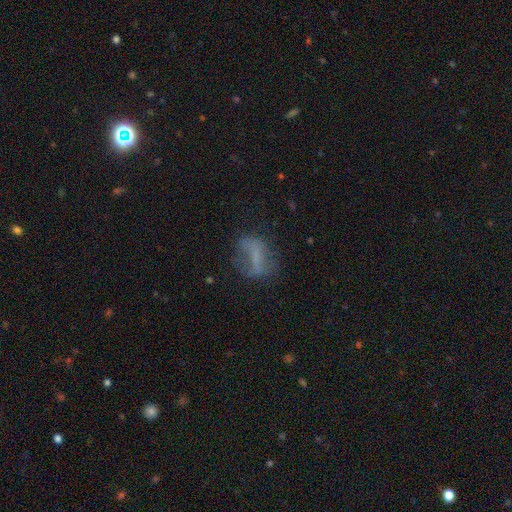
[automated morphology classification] smooth 45%, featured or disk 40%, star or artifact 15%. Down the decision tree: merging — none (52%).